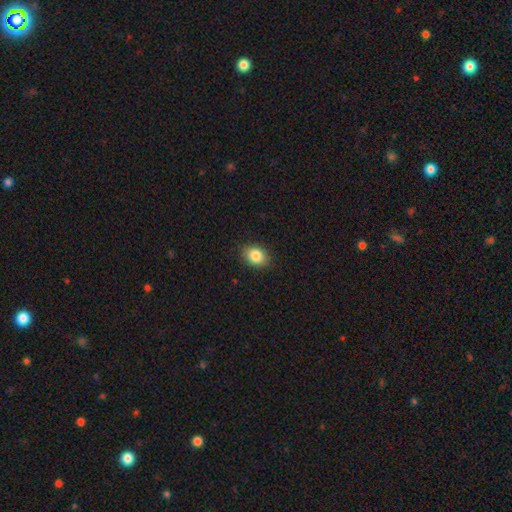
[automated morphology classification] smooth-or-featured: smooth: 85% | star or artifact: 9% | featured or disk: 6%
  how-rounded: in between: 65% | round: 34% | cigar-shaped: 1%
  merging: none: 87% | minor disturbance: 10% | major disturbance: 2% | merger: 1%